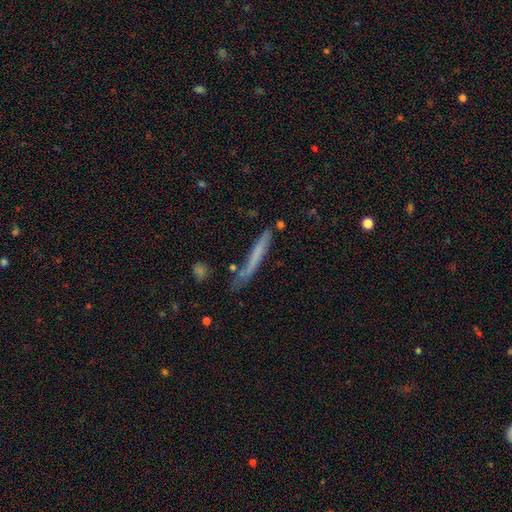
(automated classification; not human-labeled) A smooth galaxy with no disk features (57%) that is cigar-shaped (95%).

Vote fractions:
- Smooth or featured? smooth: 57% / featured or disk: 34% / star or artifact: 9%
- How rounded? cigar-shaped: 95% / in between: 3% / round: 2%
- Merging? none: 66% / minor disturbance: 22% / major disturbance: 7% / merger: 5%